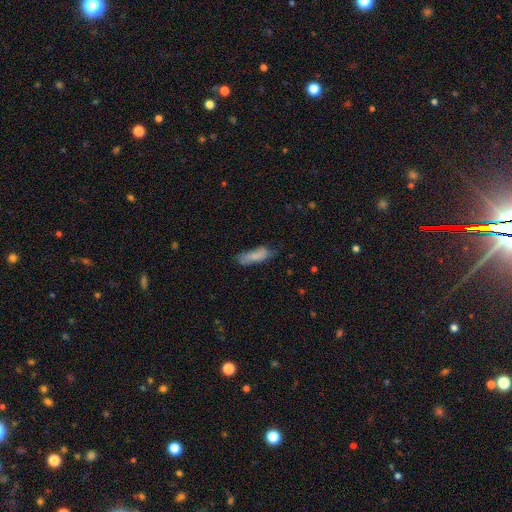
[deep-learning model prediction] This appears to be a smooth galaxy with no disk features (80%) that is in between round and cigar-shaped (50%). Merging: none (65%).